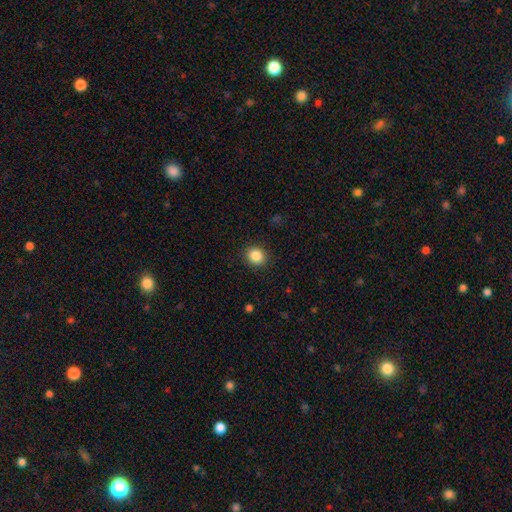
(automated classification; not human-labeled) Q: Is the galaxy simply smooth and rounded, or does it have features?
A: smooth — 86%.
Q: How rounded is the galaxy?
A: round — 80%.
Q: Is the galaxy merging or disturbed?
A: none — 90%.